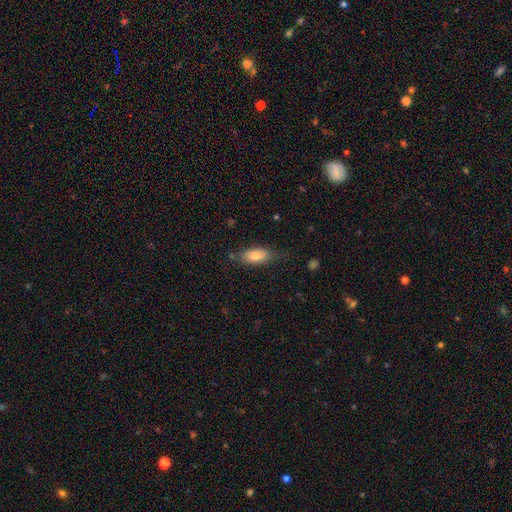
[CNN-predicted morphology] This is clearly a smooth galaxy (82%). How rounded: clearly in between (85%). Merging: likely none (66%).